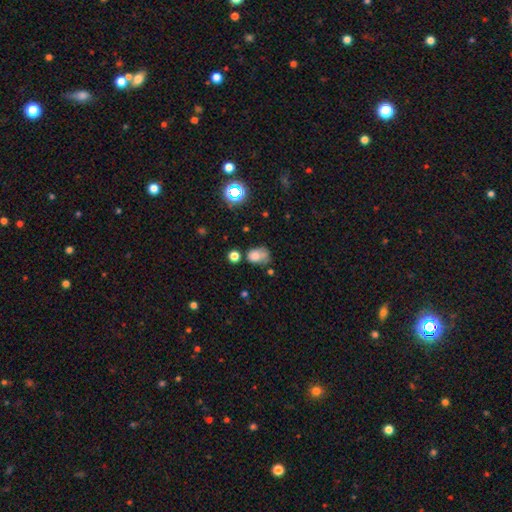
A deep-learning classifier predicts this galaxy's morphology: Overall: smooth (71%). How rounded: in between (66%; round 33%). Merging: none (36%; minor disturbance 29%).